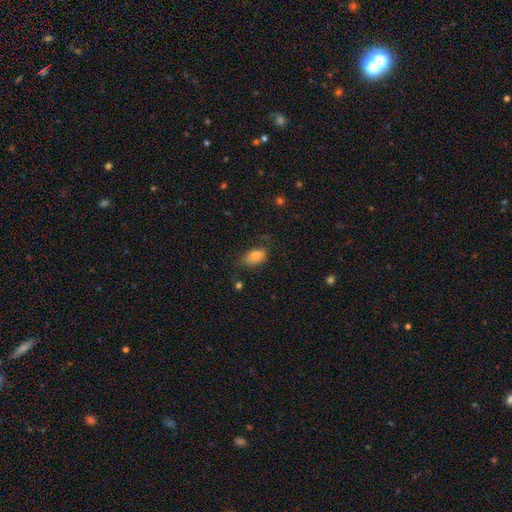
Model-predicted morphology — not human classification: A smooth galaxy with no disk features (82%) that is in between round and cigar-shaped (88%).

Vote fractions:
- Smooth or featured? smooth: 82% / featured or disk: 9% / star or artifact: 8%
- How rounded? in between: 88% / round: 9% / cigar-shaped: 2%
- Merging? none: 63% / minor disturbance: 27% / major disturbance: 8% / merger: 2%